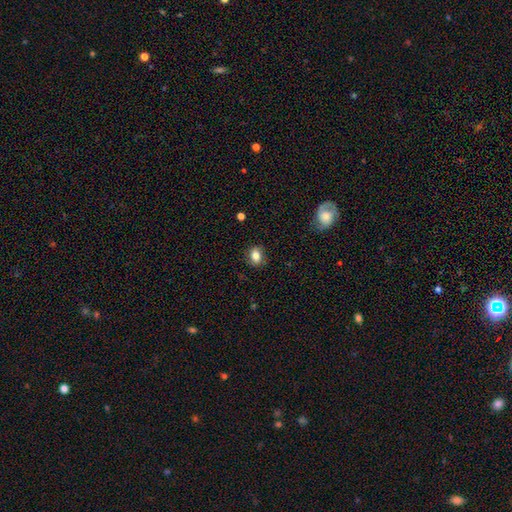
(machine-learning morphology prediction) This is likely a smooth galaxy (78%). How rounded: likely in between (63%). Merging: clearly none (82%).